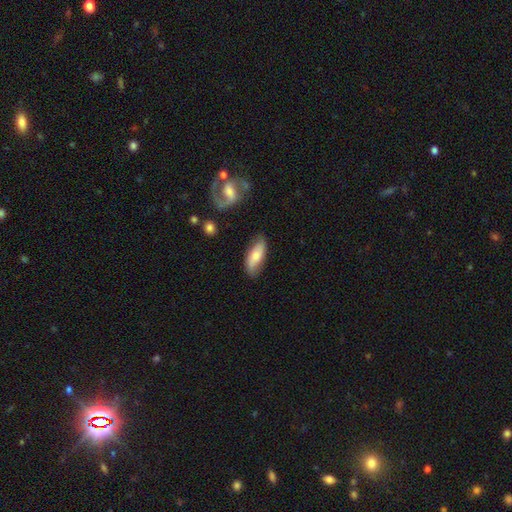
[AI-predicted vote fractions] Smooth or featured: smooth — 62% (featured or disk — 32%)
How rounded: in between — 75% (cigar-shaped — 22%)
Merging: none — 74% (minor disturbance — 19%)